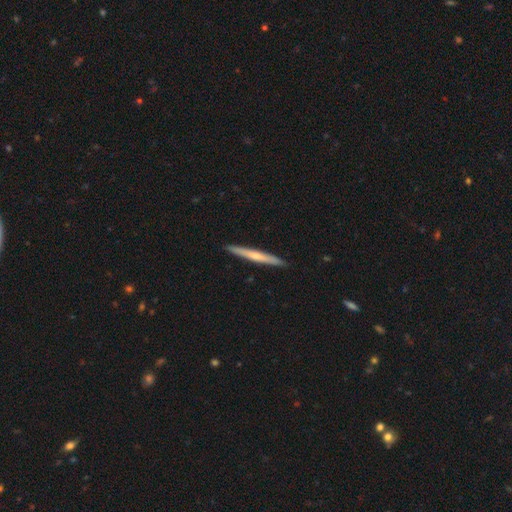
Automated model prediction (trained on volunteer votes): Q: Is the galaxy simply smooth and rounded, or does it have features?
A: featured or disk — 48%.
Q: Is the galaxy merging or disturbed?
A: none — 92%.